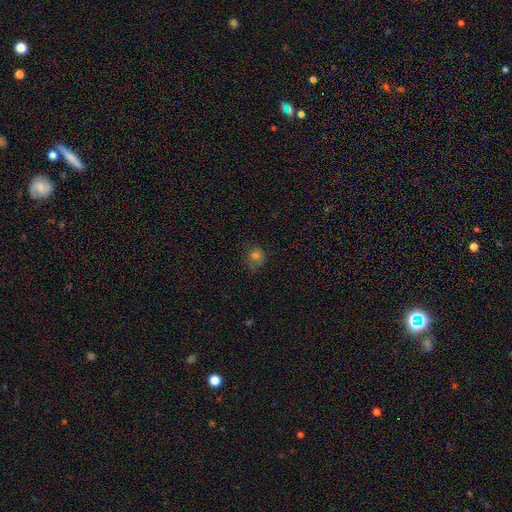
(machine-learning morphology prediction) A smooth galaxy with no disk features (75%) that is round (73%).

Vote fractions:
- Smooth or featured? smooth: 75% / star or artifact: 16% / featured or disk: 9%
- How rounded? round: 73% / in between: 26% / cigar-shaped: 1%
- Merging? none: 62% / minor disturbance: 26% / major disturbance: 11% / merger: 2%